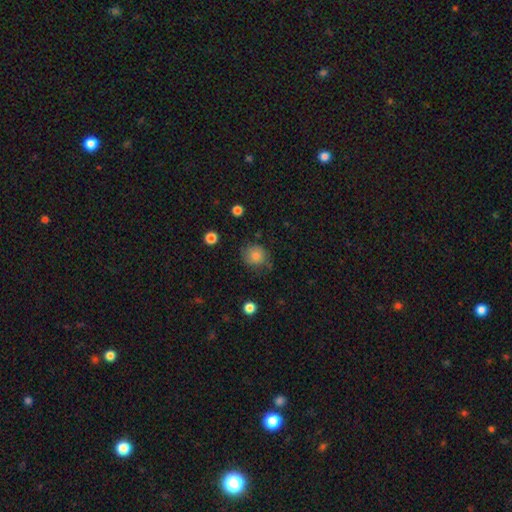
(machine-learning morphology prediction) Smooth or featured?
  - smooth: 78% *
  - featured or disk: 12%
  - star or artifact: 10%
How rounded?
  - round: 80% *
  - in between: 19%
  - cigar-shaped: 1%
Merging?
  - none: 70% *
  - minor disturbance: 22%
  - major disturbance: 7%
  - merger: 2%